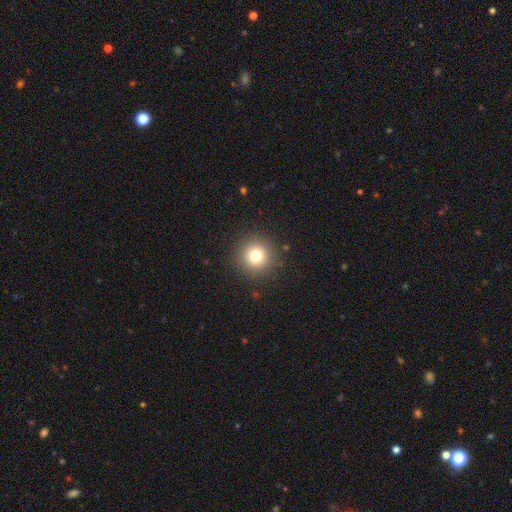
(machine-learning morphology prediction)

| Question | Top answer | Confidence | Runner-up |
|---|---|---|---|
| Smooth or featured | smooth | 77% | star or artifact (14%) |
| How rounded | round | 95% | in between (4%) |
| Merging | none | 90% | minor disturbance (6%) |